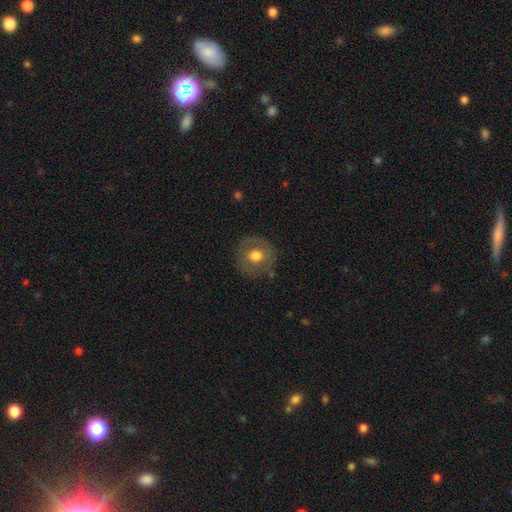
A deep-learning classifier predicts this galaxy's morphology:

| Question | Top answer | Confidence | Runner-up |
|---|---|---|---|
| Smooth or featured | smooth | 59% | featured or disk (33%) |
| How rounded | round | 89% | in between (10%) |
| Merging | none | 80% | minor disturbance (13%) |